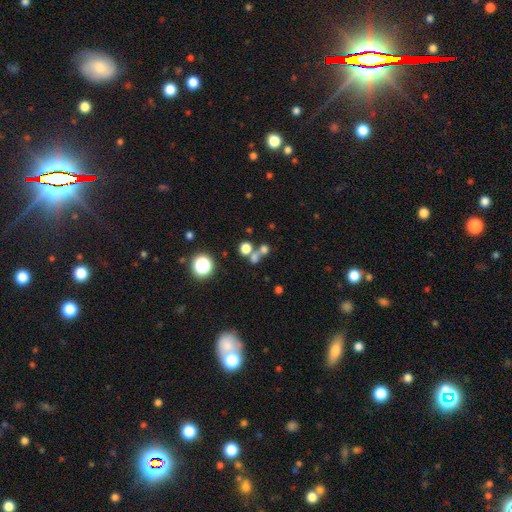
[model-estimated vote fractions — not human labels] A smooth galaxy with no disk features (50%) that is round (79%).

Vote fractions:
- Smooth or featured? smooth: 50% / star or artifact: 36% / featured or disk: 14%
- How rounded? round: 79% / in between: 18% / cigar-shaped: 3%
- Merging? none: 54% / merger: 34% / minor disturbance: 7% / major disturbance: 5%